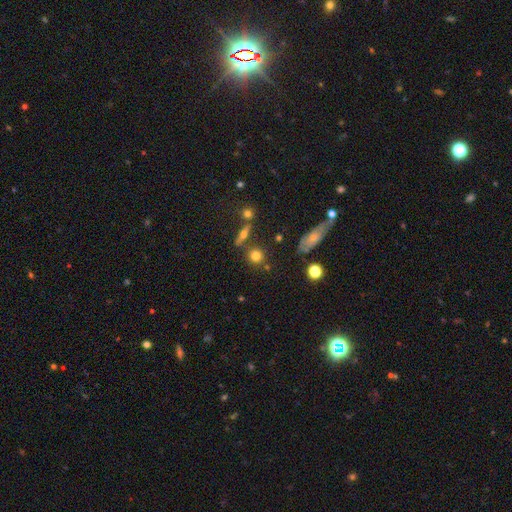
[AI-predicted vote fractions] Q: Smooth or featured?
A: smooth (75%); runner-up: star or artifact (13%)
Q: How rounded?
A: round (86%); runner-up: in between (11%)
Q: Merging?
A: none (75%); runner-up: merger (12%)